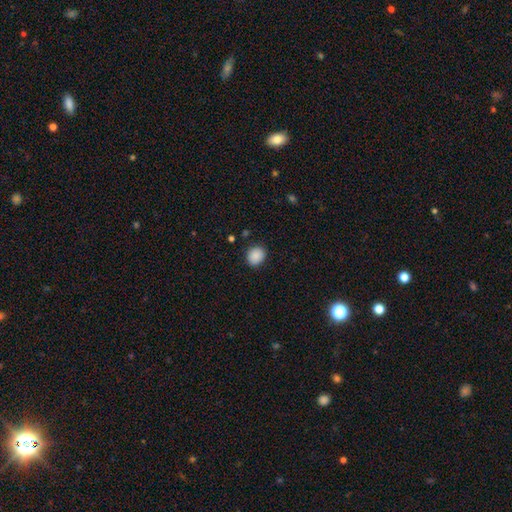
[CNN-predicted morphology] This appears to be a smooth galaxy with no disk features (88%) that is round (65%). Merging: none (86%).